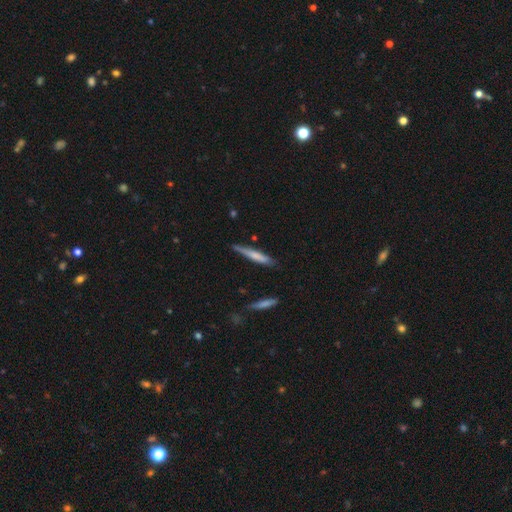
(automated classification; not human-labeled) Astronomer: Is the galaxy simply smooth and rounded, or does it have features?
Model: smooth — 61%.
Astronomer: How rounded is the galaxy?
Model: cigar-shaped — 92%.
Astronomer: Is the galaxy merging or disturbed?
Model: none — 76%.